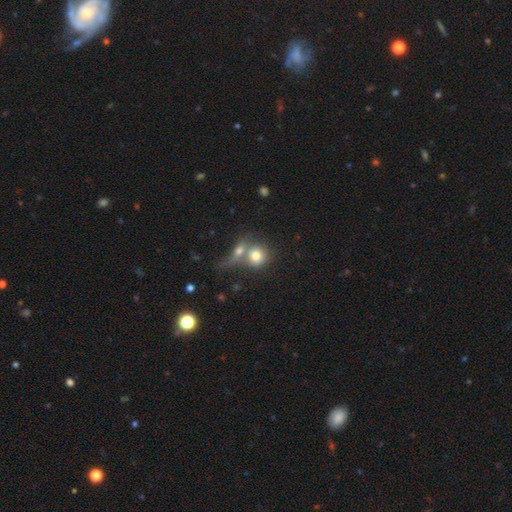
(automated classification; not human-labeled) Overall: smooth (75%). How rounded: round (78%). Merging: merger (57%; none 28%).